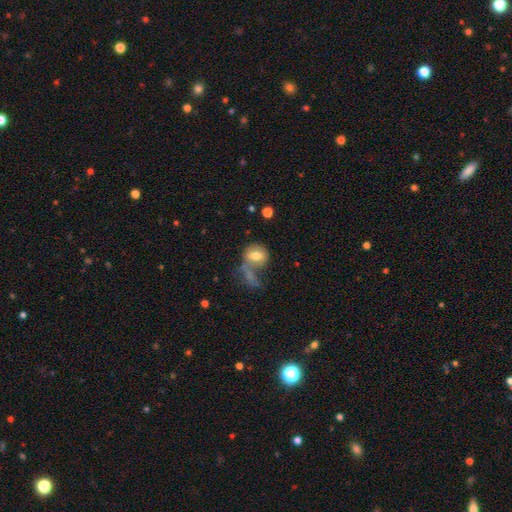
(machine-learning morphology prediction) This is likely a smooth galaxy (67%). How rounded: possibly in between (54%). Merging: marginally none (32%).